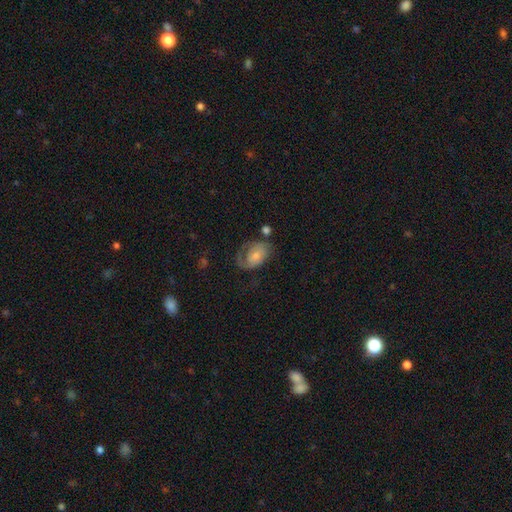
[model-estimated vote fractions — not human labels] A featured or disk galaxy (59%) with no bar (70%), spiral arms (76%) and a moderate central bulge (46%).

Vote fractions:
- Smooth or featured? featured or disk: 59% / smooth: 32% / star or artifact: 9%
- Edge-on disk? no: 96% / yes: 4%
- Bar? no: 70% / weak: 25% / strong: 5%
- Spiral arms? yes: 76% / no: 24%
- Bulge size? moderate: 46% / small: 45% / large: 4% / none: 3% / dominant: 1%
- Merging? none: 49% / minor disturbance: 24% / major disturbance: 23% / merger: 5%